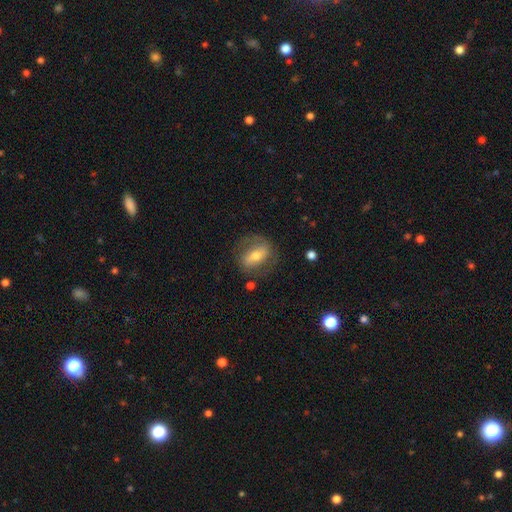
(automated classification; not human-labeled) Smooth or featured: featured or disk — 57% (smooth — 35%)
Edge-on disk: no — 90% (yes — 10%)
Bar: strong — 47% (weak — 31%)
Spiral arms: yes — 64% (no — 36%)
Bulge size: moderate — 61% (small — 30%)
Merging: none — 71% (minor disturbance — 17%)